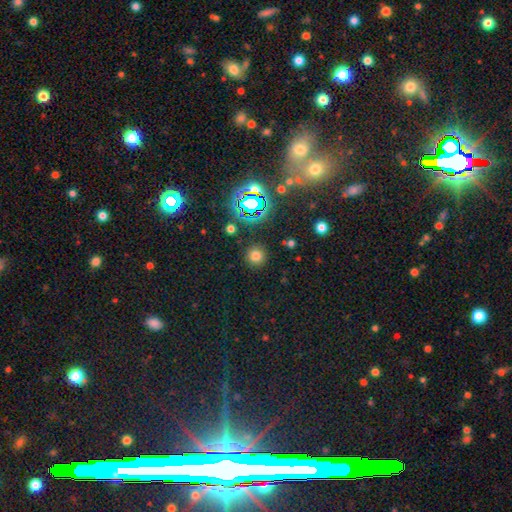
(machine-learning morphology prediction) This is likely a smooth galaxy (71%). How rounded: clearly round (94%). Merging: clearly none (89%).